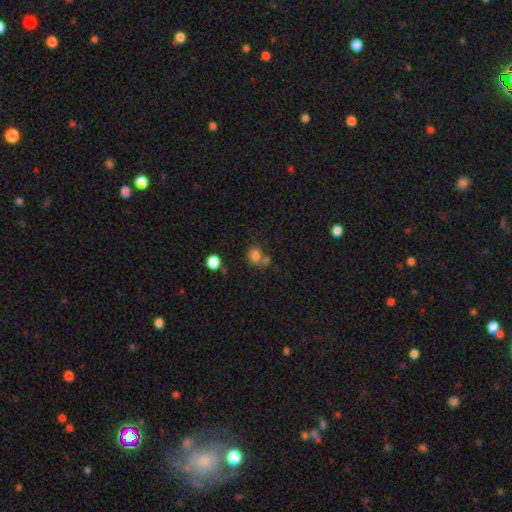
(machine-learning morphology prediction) A smooth galaxy with no disk features (79%) that is round (71%). Merging: none (53%).